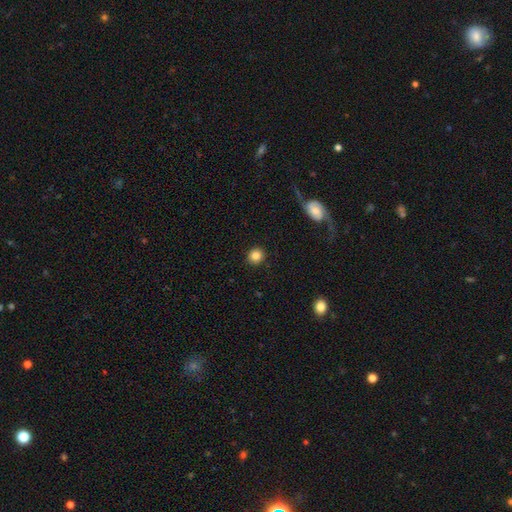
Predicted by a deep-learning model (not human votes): Smooth or featured? Predicted: smooth (p=0.85). How rounded? Predicted: round (p=0.90). Merging? Predicted: none (p=0.91).